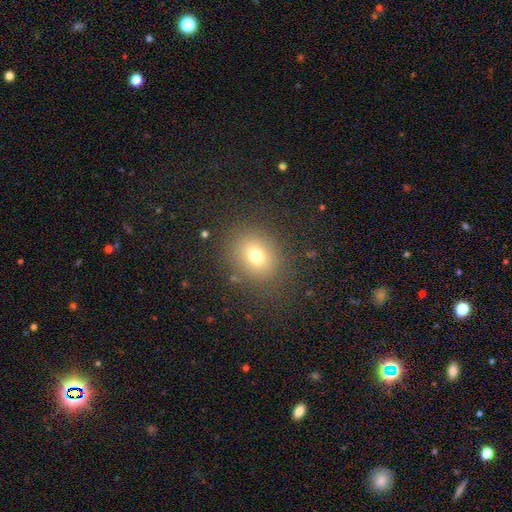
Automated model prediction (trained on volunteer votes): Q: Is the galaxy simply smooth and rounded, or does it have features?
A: smooth — 72%.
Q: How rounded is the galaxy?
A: round — 66%.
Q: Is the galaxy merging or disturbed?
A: none — 84%.